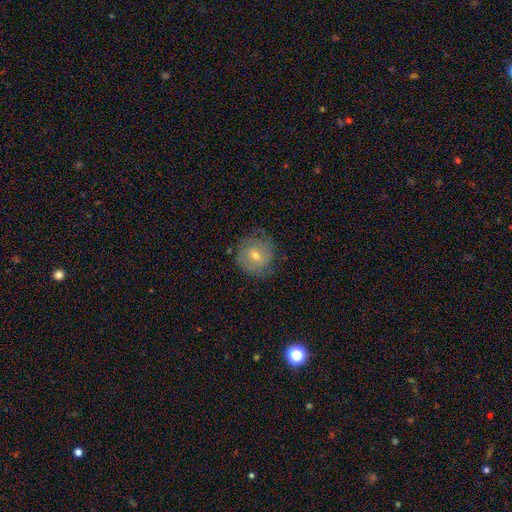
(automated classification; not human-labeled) Q: Smooth or featured?
A: featured or disk (60%); runner-up: smooth (30%)
Q: Edge-on disk?
A: no (97%); runner-up: yes (3%)
Q: Bar?
A: no (59%); runner-up: weak (34%)
Q: Spiral arms?
A: yes (82%); runner-up: no (18%)
Q: Bulge size?
A: moderate (50%); runner-up: small (47%)
Q: Merging?
A: none (75%); runner-up: minor disturbance (17%)